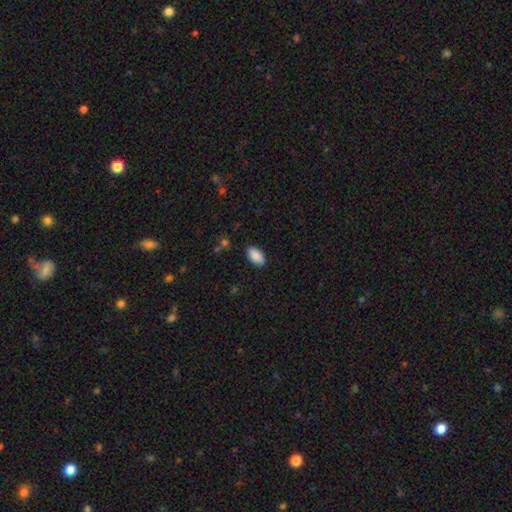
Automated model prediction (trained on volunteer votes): This appears to be a smooth galaxy with no disk features (90%) that is in between round and cigar-shaped (94%). Merging: none (87%).